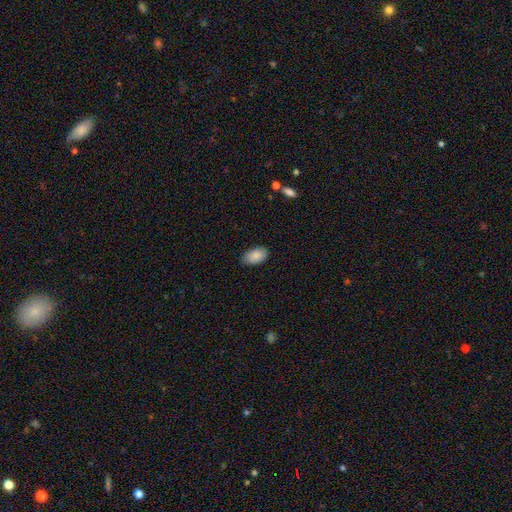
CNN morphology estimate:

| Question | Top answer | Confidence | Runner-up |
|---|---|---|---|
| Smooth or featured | smooth | 88% | star or artifact (7%) |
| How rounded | in between | 94% | round (5%) |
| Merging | none | 83% | minor disturbance (13%) |